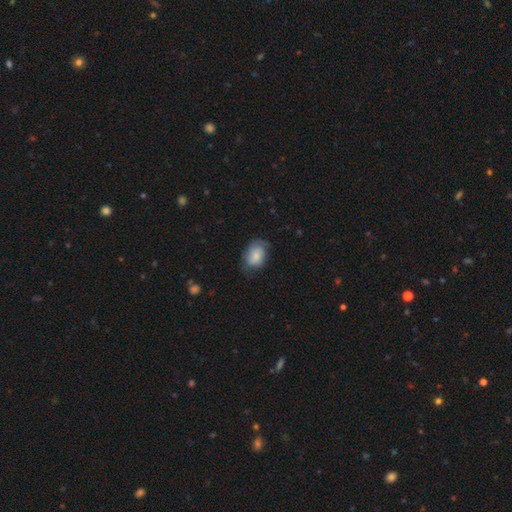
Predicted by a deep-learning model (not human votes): smooth-or-featured: smooth: 68% | featured or disk: 25% | star or artifact: 7%
  how-rounded: in between: 75% | round: 24% | cigar-shaped: 1%
  merging: none: 52% | minor disturbance: 32% | major disturbance: 15% | merger: 1%